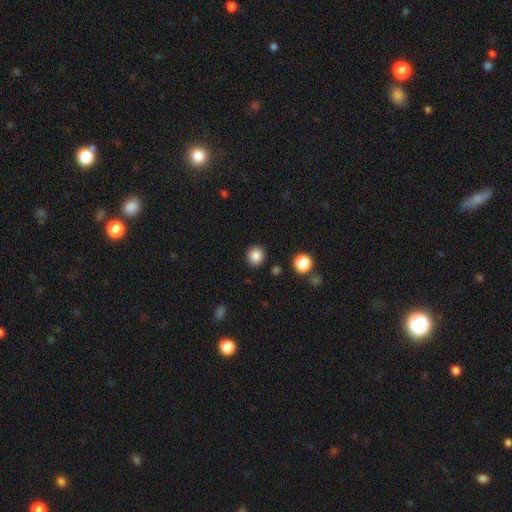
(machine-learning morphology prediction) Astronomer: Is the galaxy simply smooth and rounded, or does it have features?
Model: smooth — 87%.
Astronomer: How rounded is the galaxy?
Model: round — 89%.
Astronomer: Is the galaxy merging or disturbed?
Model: none — 90%.